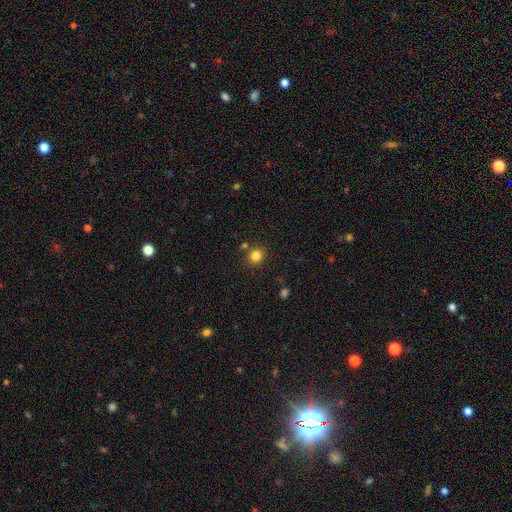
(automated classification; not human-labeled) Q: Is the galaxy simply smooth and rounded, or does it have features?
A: smooth — 83%.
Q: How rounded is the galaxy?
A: round — 81%.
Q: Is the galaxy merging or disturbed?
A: none — 82%.